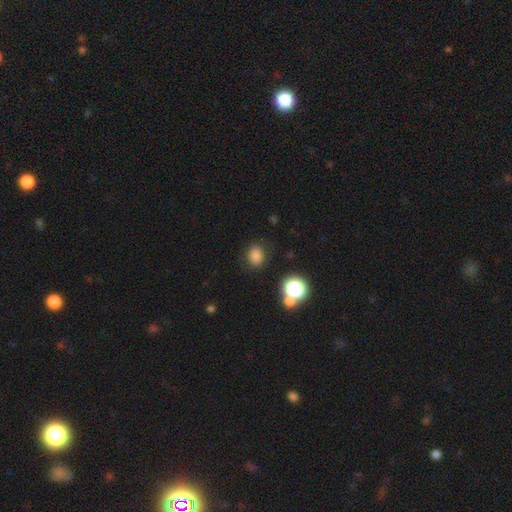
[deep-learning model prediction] Q: Smooth or featured?
A: smooth (80%); runner-up: star or artifact (15%)
Q: How rounded?
A: round (62%); runner-up: in between (37%)
Q: Merging?
A: none (81%); runner-up: minor disturbance (11%)